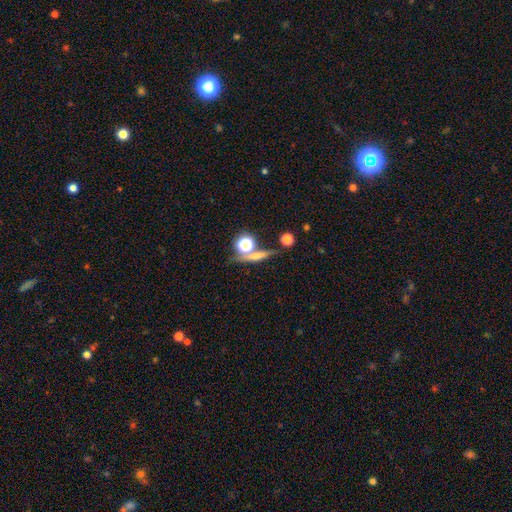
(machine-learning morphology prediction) Q: Smooth or featured?
A: smooth (48%); runner-up: featured or disk (31%)
Q: Merging?
A: none (68%); runner-up: merger (16%)